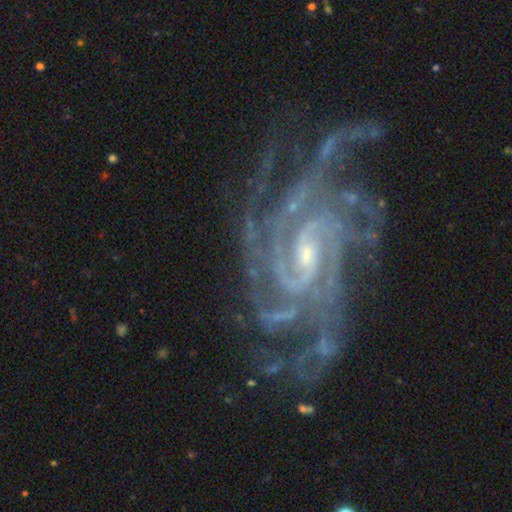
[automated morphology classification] featured or disk 93%, star or artifact 5%, smooth 2%. Down the decision tree: edge-on disk — no (97%); bar — weak (49%); spiral arms — yes (99%); spiral arm count — 4 (27%); spiral winding — tight (63%); bulge size — small (62%); merging — none (67%).